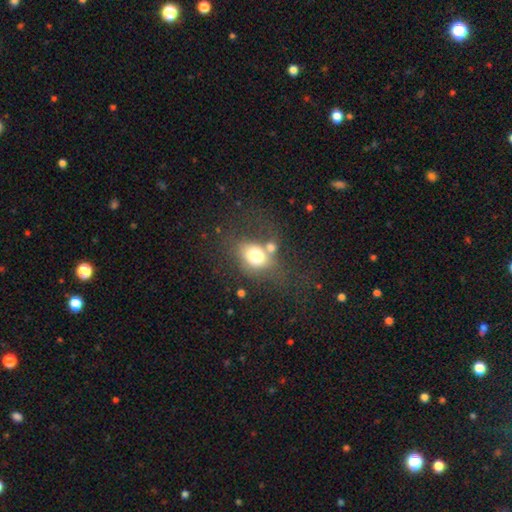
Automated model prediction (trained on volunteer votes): This appears to be a smooth galaxy with no disk features (71%) that is in between round and cigar-shaped (57%). Merging: none (41%).